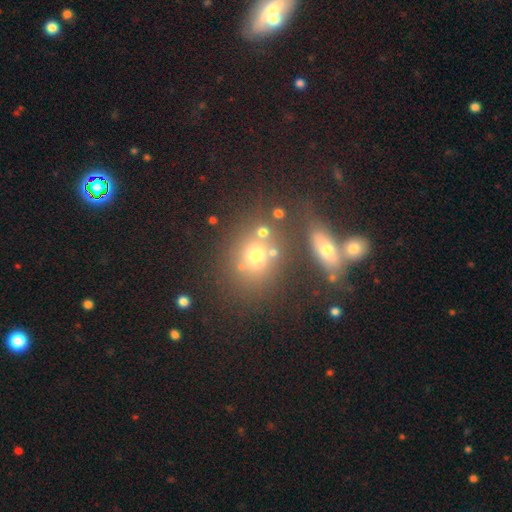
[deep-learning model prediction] This is likely a smooth galaxy (66%). How rounded: likely round (64%). Merging: possibly none (59%).